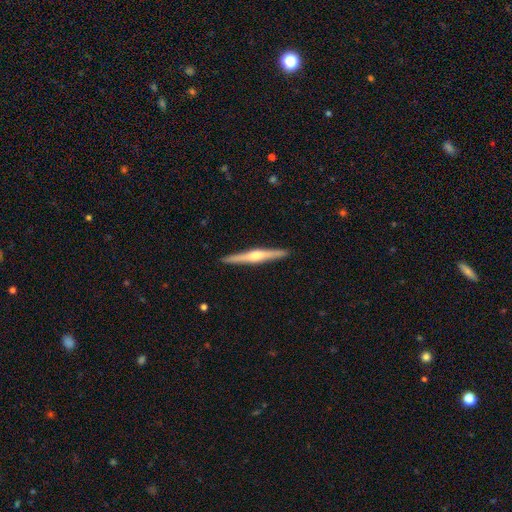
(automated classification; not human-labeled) Morphology: type=featured or disk (74%); edge-on=yes (98%); edge-on bulge=rounded (87%); merging=none (93%).